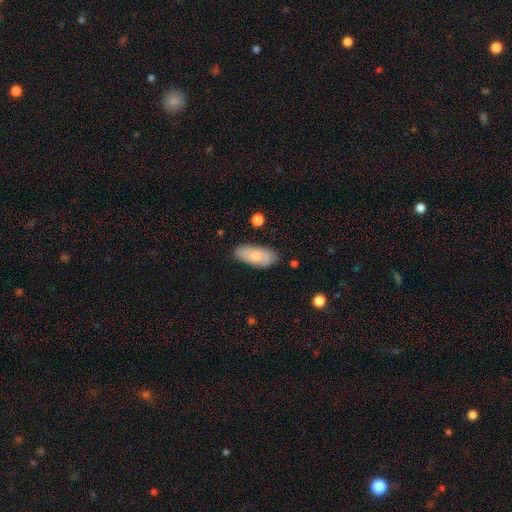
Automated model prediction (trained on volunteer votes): This appears to be a smooth galaxy with no disk features (62%) that is in between round and cigar-shaped (86%). Merging: none (79%).